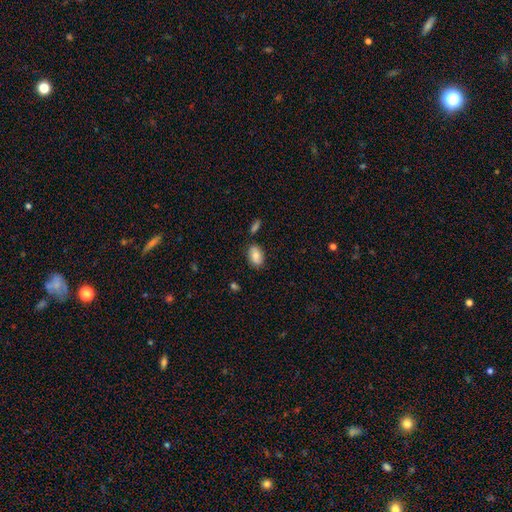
A smooth galaxy with no disk features (67%) that is in between round and cigar-shaped (96%).

Vote fractions:
- Smooth or featured? smooth: 67% / featured or disk: 33% / star or artifact: 0%
- How rounded? in between: 96% / cigar-shaped: 4% / round: 0%
- Merging? none: 74% / merger: 15% / minor disturbance: 5% / major disturbance: 5%